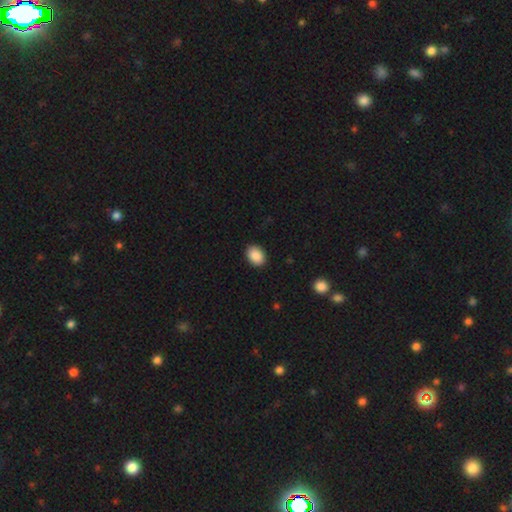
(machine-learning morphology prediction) A smooth galaxy with no disk features (90%) that is in between round and cigar-shaped (73%).

Vote fractions:
- Smooth or featured? smooth: 90% / star or artifact: 7% / featured or disk: 3%
- How rounded? in between: 73% / round: 26% / cigar-shaped: 1%
- Merging? none: 90% / minor disturbance: 7% / major disturbance: 2% / merger: 1%